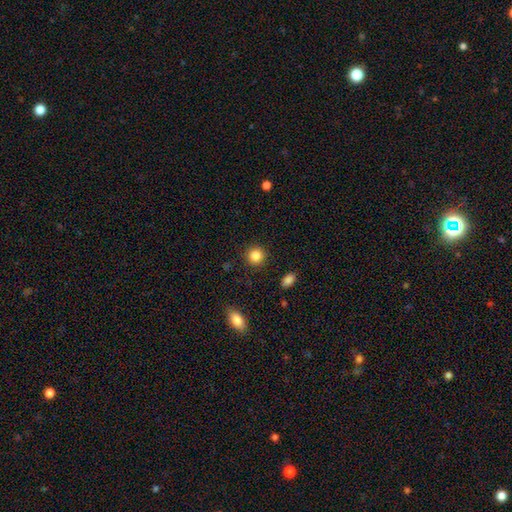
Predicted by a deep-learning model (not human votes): smooth_or_featured: smooth (p=0.85) [alt: star or artifact p=0.10]
how_rounded: round (p=0.91) [alt: in between p=0.08]
merging: none (p=0.91) [alt: minor disturbance p=0.06]